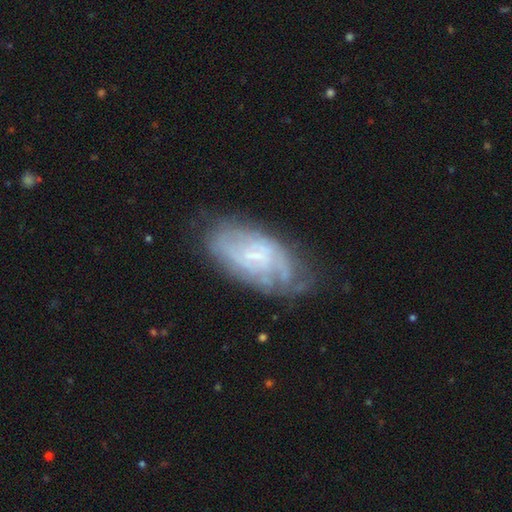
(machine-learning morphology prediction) featured or disk 65%, smooth 27%, star or artifact 8%. Down the decision tree: edge-on disk — no (93%); bar — no (45%); spiral arms — yes (65%); bulge size — small (54%); merging — none (60%).